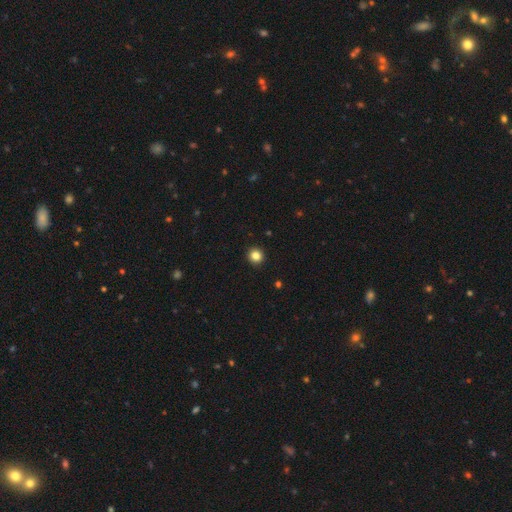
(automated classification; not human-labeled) A smooth galaxy with no disk features (85%) that is round (93%).

Vote fractions:
- Smooth or featured? smooth: 85% / star or artifact: 11% / featured or disk: 4%
- How rounded? round: 93% / in between: 6% / cigar-shaped: 1%
- Merging? none: 94% / minor disturbance: 4% / major disturbance: 1% / merger: 1%